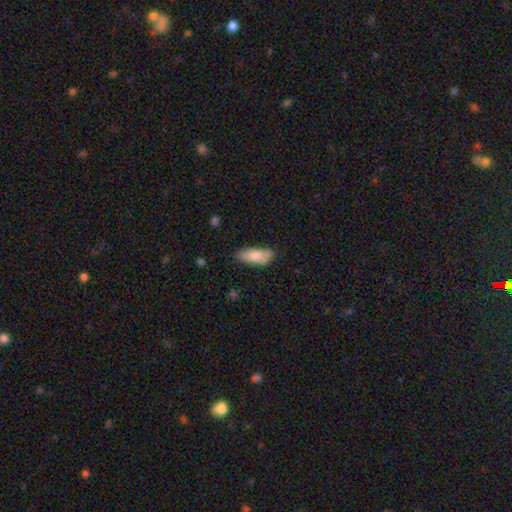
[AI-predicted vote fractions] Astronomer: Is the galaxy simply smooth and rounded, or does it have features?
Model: smooth — 83%.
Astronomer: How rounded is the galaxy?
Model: in between — 79%.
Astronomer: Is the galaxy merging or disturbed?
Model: none — 73%.